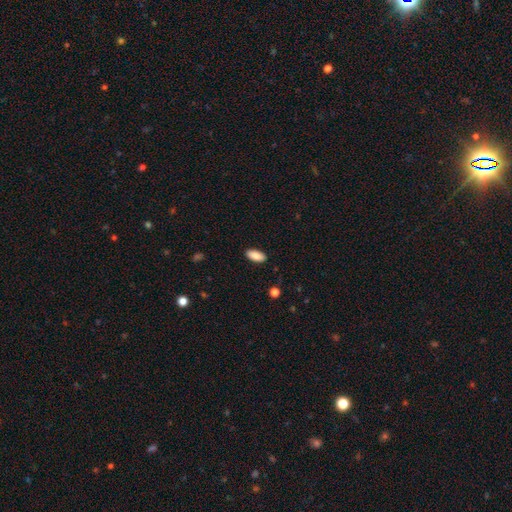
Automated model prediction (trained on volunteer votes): Smooth or featured?
  - smooth: 89% *
  - star or artifact: 6%
  - featured or disk: 5%
How rounded?
  - in between: 89% *
  - cigar-shaped: 9%
  - round: 2%
Merging?
  - none: 89% *
  - minor disturbance: 8%
  - major disturbance: 2%
  - merger: 1%